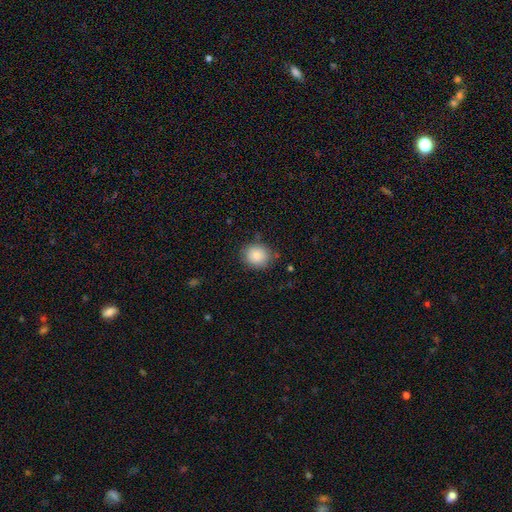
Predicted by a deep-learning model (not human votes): smooth_or_featured: smooth (p=0.84) [alt: star or artifact p=0.09]
how_rounded: round (p=0.76) [alt: in between p=0.23]
merging: none (p=0.84) [alt: minor disturbance p=0.12]